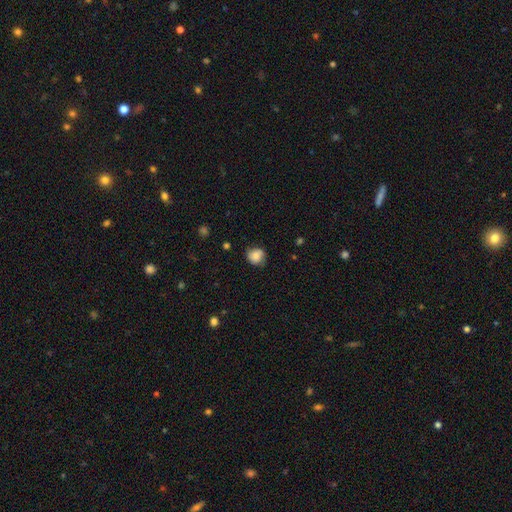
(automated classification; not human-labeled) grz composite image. It shows a smooth galaxy with no disk features (74%) that is round (77%). Merging: none (69%).